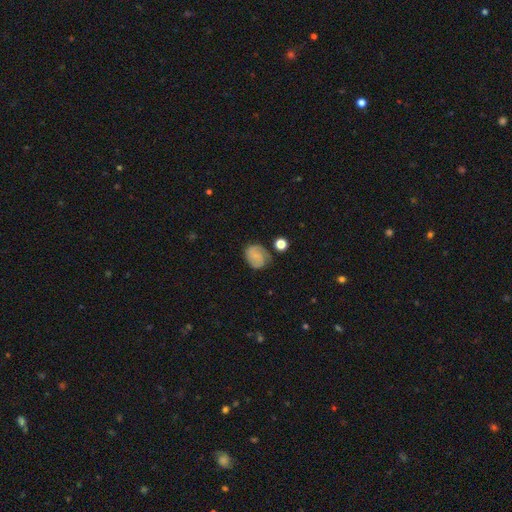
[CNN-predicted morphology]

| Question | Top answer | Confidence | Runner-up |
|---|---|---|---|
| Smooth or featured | smooth | 58% | featured or disk (32%) |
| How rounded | round | 60% | in between (39%) |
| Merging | none | 66% | minor disturbance (22%) |